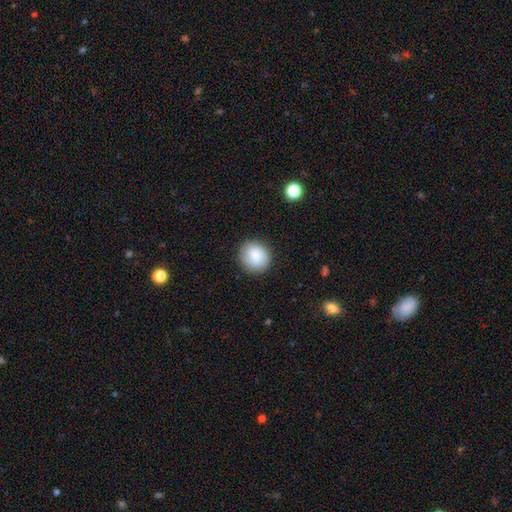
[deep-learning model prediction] smooth_or_featured: smooth (p=0.84) [alt: featured or disk p=0.09]
how_rounded: round (p=0.85) [alt: in between p=0.14]
merging: none (p=0.87) [alt: minor disturbance p=0.09]